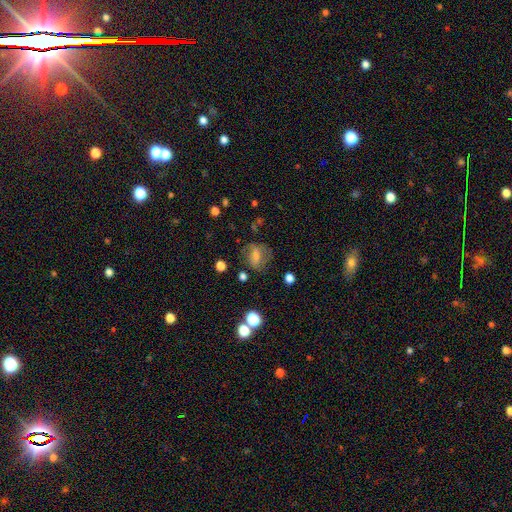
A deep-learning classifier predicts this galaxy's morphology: type=smooth (46%); merging=none (64%).